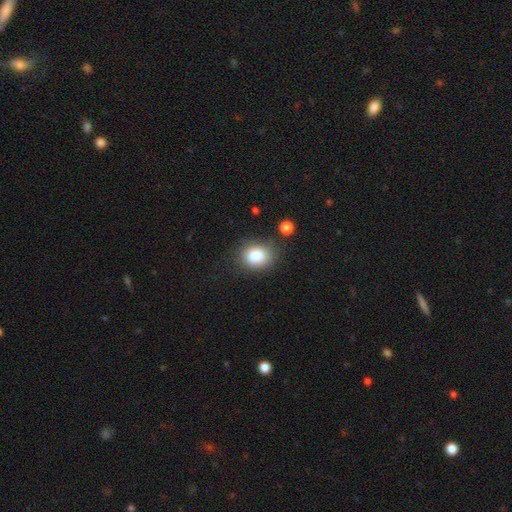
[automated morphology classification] type=smooth (84%); roundness=in between (51%); merging=none (74%).